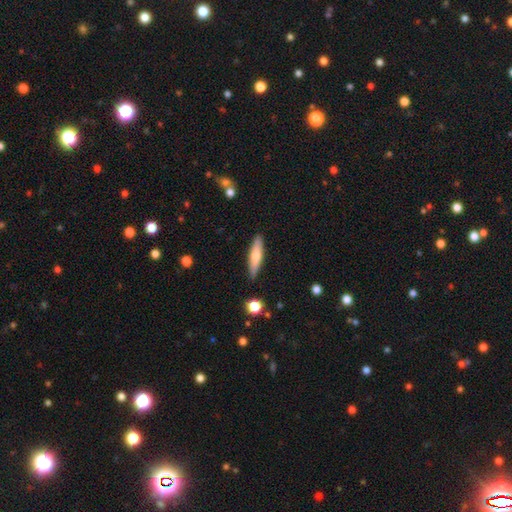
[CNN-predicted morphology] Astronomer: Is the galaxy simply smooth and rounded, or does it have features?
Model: smooth — 61%.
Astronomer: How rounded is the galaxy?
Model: cigar-shaped — 76%.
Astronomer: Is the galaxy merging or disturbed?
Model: none — 88%.